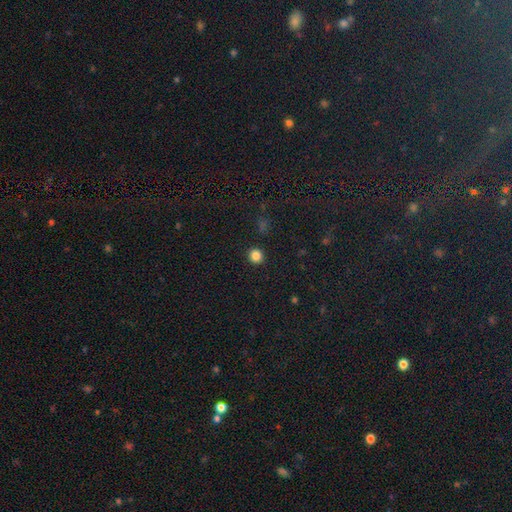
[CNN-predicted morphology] Overall: smooth (85%). How rounded: round (92%). Merging: none (93%).